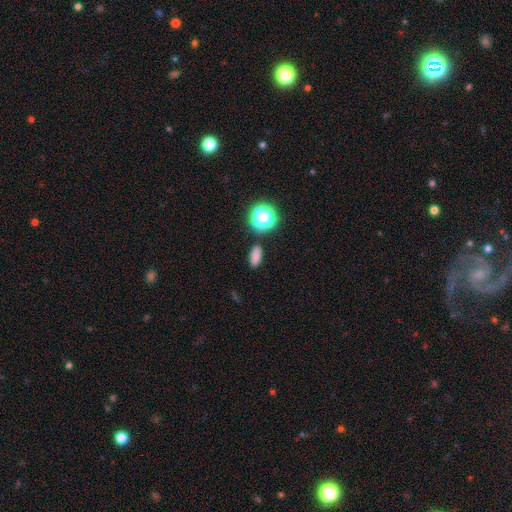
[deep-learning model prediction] A smooth galaxy with no disk features (78%) that is in between round and cigar-shaped (76%).

Vote fractions:
- Smooth or featured? smooth: 78% / star or artifact: 17% / featured or disk: 5%
- How rounded? in between: 76% / cigar-shaped: 12% / round: 12%
- Merging? none: 85% / minor disturbance: 9% / merger: 3% / major disturbance: 3%